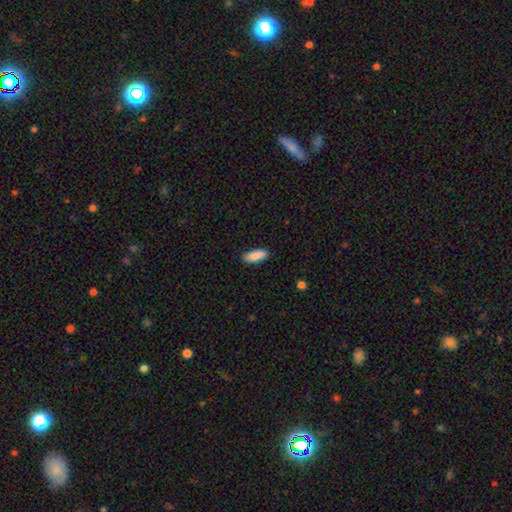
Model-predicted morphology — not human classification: This is clearly a smooth galaxy (89%). How rounded: likely in between (67%). Merging: clearly none (88%).